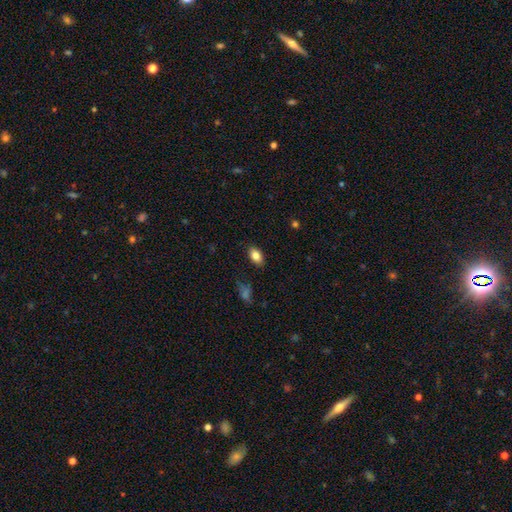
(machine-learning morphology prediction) Smooth or featured? smooth (83%)
How rounded? in between (88%)
Merging? none (85%)